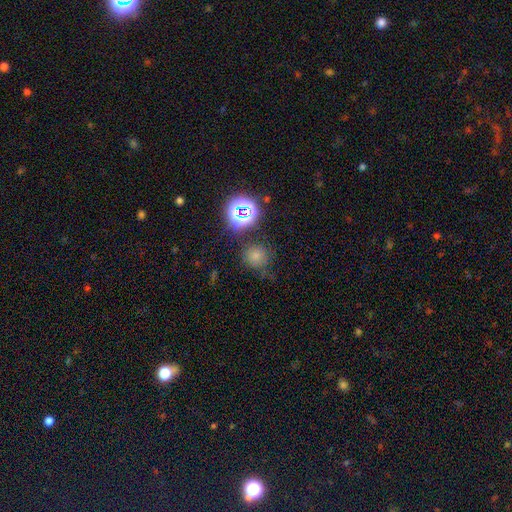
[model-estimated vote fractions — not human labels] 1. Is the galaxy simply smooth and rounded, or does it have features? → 66% smooth, 26% star or artifact, 8% featured or disk.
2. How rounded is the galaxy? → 89% round, 10% in between, 1% cigar-shaped.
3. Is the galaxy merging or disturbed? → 75% none, 14% minor disturbance, 6% merger, 6% major disturbance.